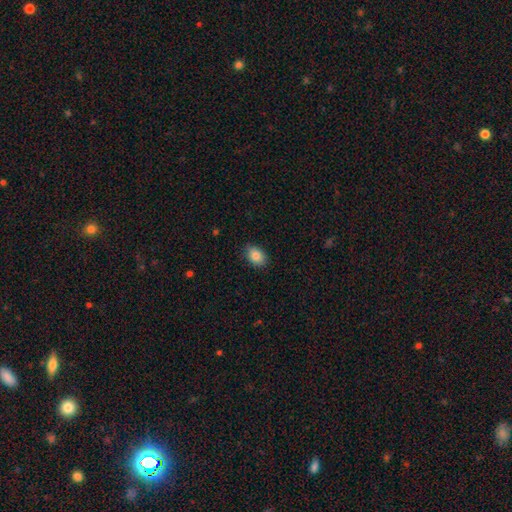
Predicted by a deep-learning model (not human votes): This is clearly a smooth galaxy (86%). How rounded: likely in between (77%). Merging: clearly none (86%).